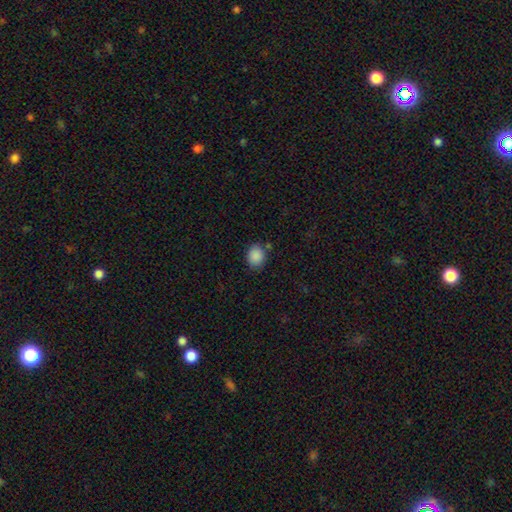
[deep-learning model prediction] The model was most divided on "how rounded": round: 53%, in between: 46%, cigar-shaped: 1%. More confident: smooth or featured — smooth (89%); merging — none (79%).